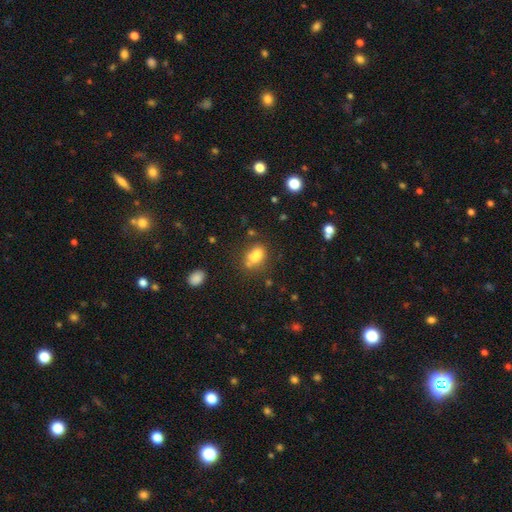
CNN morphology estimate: This appears to be a smooth galaxy with no disk features (71%) that is in between round and cigar-shaped (60%). Merging: none (39%).